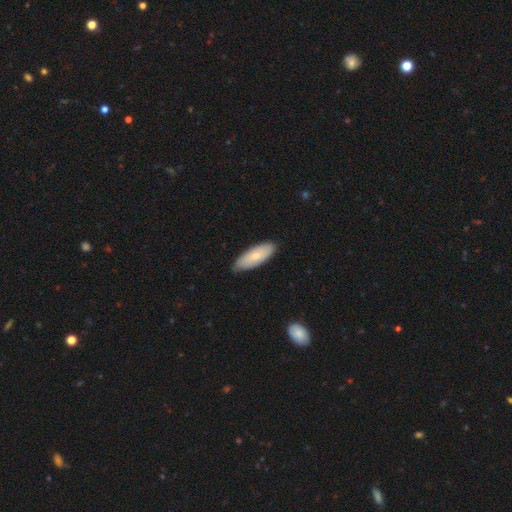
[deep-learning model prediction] smooth_or_featured: smooth (p=0.74) [alt: featured or disk p=0.21]
how_rounded: in between (p=0.73) [alt: cigar-shaped p=0.25]
merging: none (p=0.81) [alt: minor disturbance p=0.16]